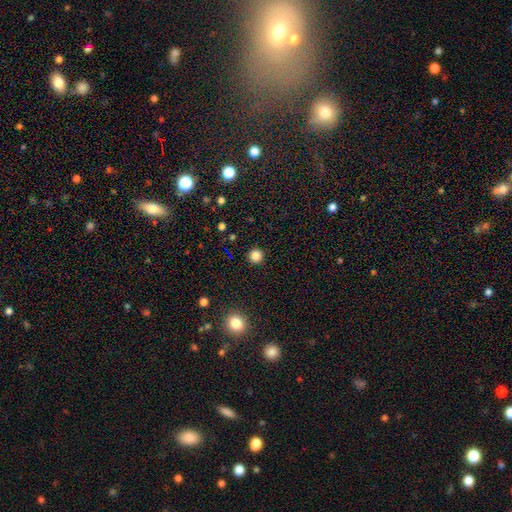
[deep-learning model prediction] Smooth or featured?
  - smooth: 83% *
  - star or artifact: 13%
  - featured or disk: 3%
How rounded?
  - round: 95% *
  - in between: 4%
  - cigar-shaped: 1%
Merging?
  - none: 92% *
  - minor disturbance: 5%
  - major disturbance: 2%
  - merger: 1%